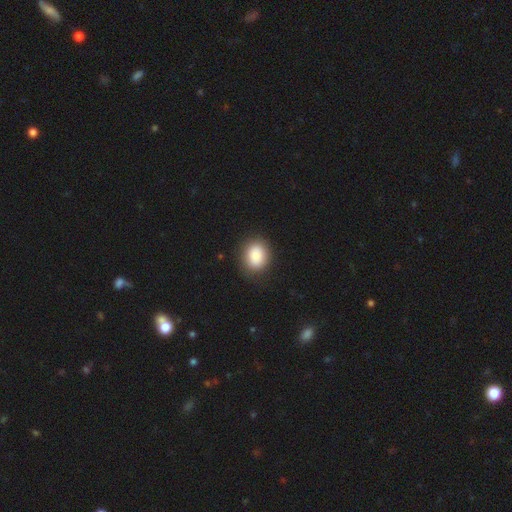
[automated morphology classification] Q: Smooth or featured?
A: smooth (85%); runner-up: star or artifact (8%)
Q: How rounded?
A: round (59%); runner-up: in between (40%)
Q: Merging?
A: none (87%); runner-up: minor disturbance (9%)